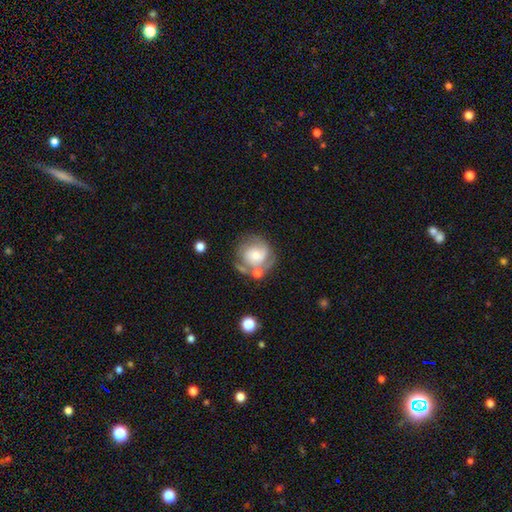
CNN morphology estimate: type=featured or disk (54%); edge-on=no (97%); bar=no (74%); spiral arms=yes (77%); bulge=small (45%); merging=none (53%).